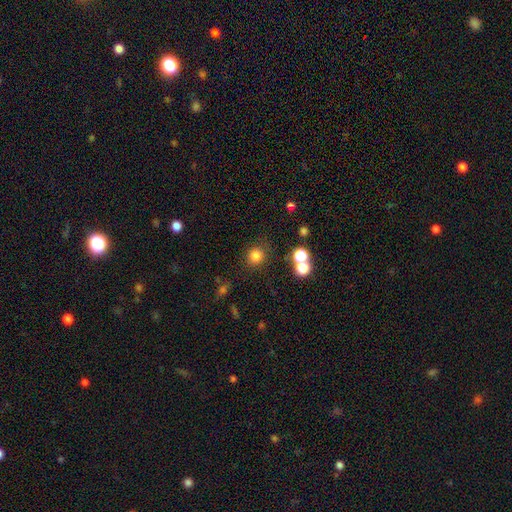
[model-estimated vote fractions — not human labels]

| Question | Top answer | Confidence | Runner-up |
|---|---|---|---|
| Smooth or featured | smooth | 80% | star or artifact (15%) |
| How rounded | round | 90% | in between (9%) |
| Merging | none | 83% | minor disturbance (8%) |